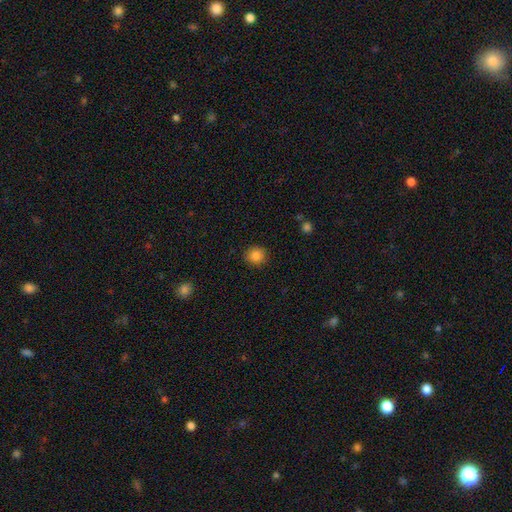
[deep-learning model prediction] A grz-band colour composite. It shows a smooth galaxy with no disk features (85%) that is round (88%). Merging: none (90%).